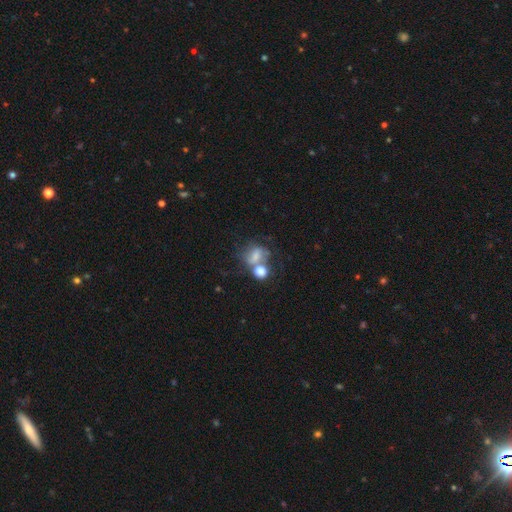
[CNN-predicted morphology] Q: Smooth or featured?
A: smooth (55%); runner-up: featured or disk (32%)
Q: How rounded?
A: in between (54%); runner-up: round (44%)
Q: Merging?
A: merger (51%); runner-up: none (23%)